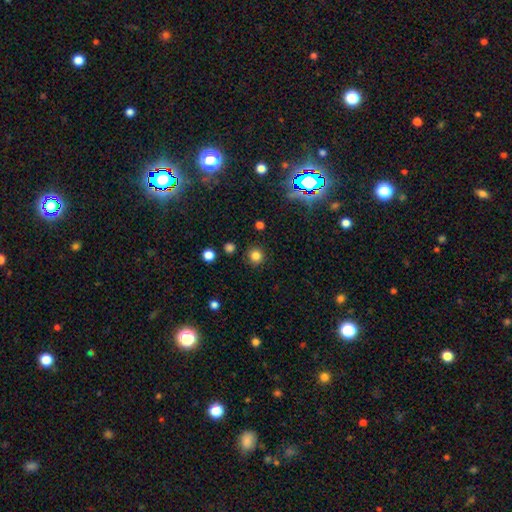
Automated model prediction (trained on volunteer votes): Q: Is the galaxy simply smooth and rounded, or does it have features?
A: smooth — 80%.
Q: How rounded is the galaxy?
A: round — 93%.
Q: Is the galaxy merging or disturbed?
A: none — 89%.